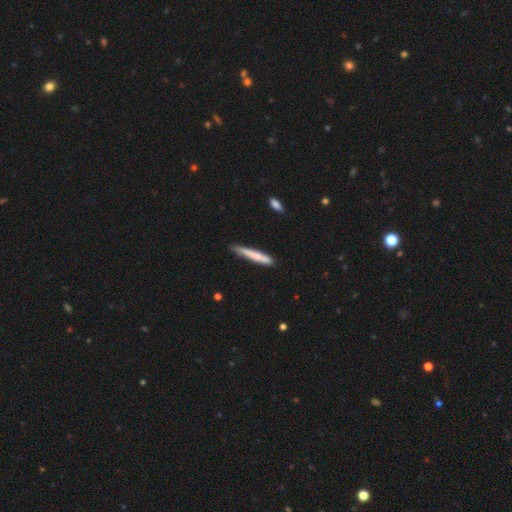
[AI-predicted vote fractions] A smooth galaxy with no disk features (72%) that is cigar-shaped (95%).

Vote fractions:
- Smooth or featured? smooth: 72% / featured or disk: 23% / star or artifact: 5%
- How rounded? cigar-shaped: 95% / in between: 4% / round: 1%
- Merging? none: 73% / minor disturbance: 21% / major disturbance: 3% / merger: 2%